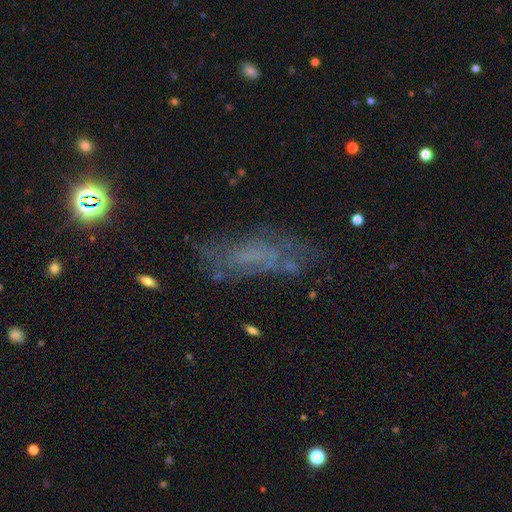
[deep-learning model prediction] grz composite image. It shows a featured or disk galaxy (48%). Merging: none (62%).